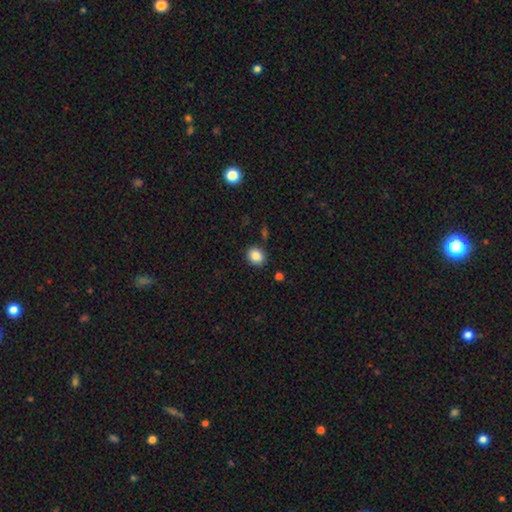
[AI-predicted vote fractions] smooth 86%, star or artifact 10%, featured or disk 5%. Down the decision tree: how rounded — round (69%); merging — none (86%).